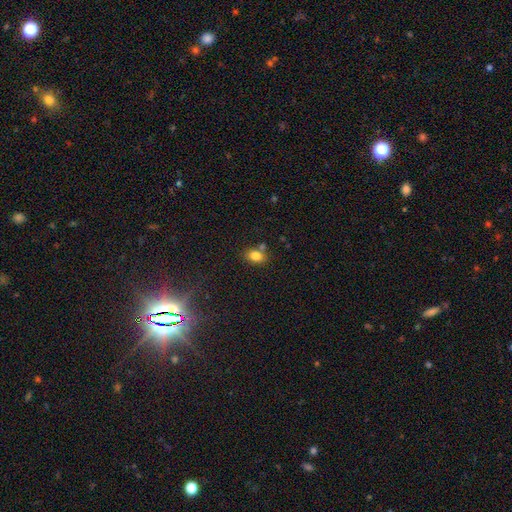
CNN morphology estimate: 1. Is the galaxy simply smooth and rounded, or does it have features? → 82% smooth, 11% star or artifact, 7% featured or disk.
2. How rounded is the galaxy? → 74% in between, 25% round, 1% cigar-shaped.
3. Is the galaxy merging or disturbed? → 68% none, 15% merger, 13% minor disturbance, 4% major disturbance.